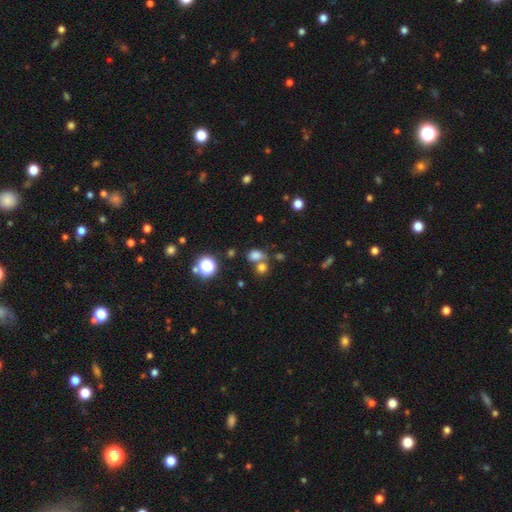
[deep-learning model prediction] Smooth or featured? Predicted: smooth (p=0.73). How rounded? Predicted: in between (p=0.54). Merging? Predicted: none (p=0.46).